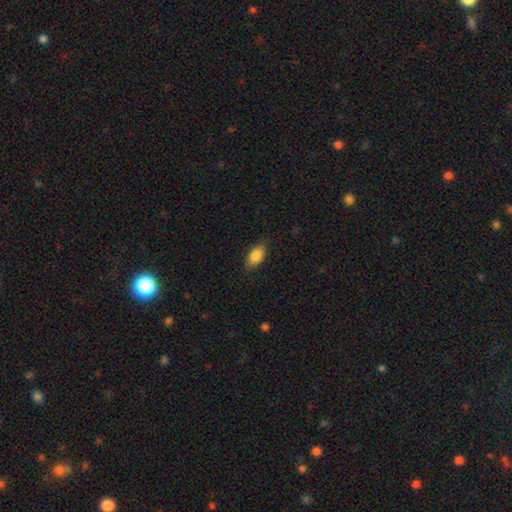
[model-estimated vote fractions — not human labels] Smooth or featured? smooth (86%)
How rounded? in between (90%)
Merging? none (83%)